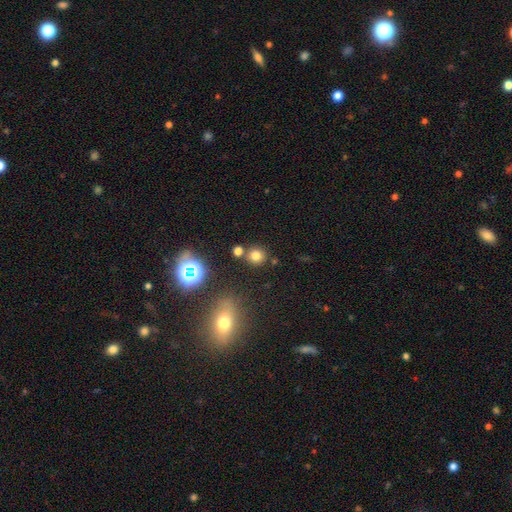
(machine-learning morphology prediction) Smooth or featured?
  - smooth: 74% *
  - star or artifact: 19%
  - featured or disk: 7%
How rounded?
  - round: 88% *
  - in between: 11%
  - cigar-shaped: 1%
Merging?
  - none: 76% *
  - merger: 13%
  - minor disturbance: 8%
  - major disturbance: 3%